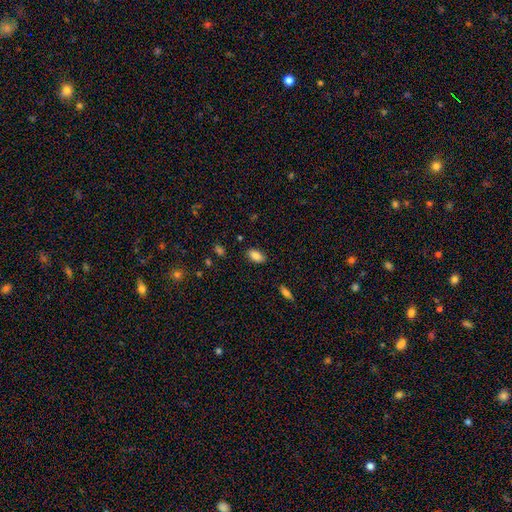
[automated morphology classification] Smooth or featured: smooth — 85% (star or artifact — 8%)
How rounded: in between — 91% (cigar-shaped — 5%)
Merging: none — 86% (minor disturbance — 10%)